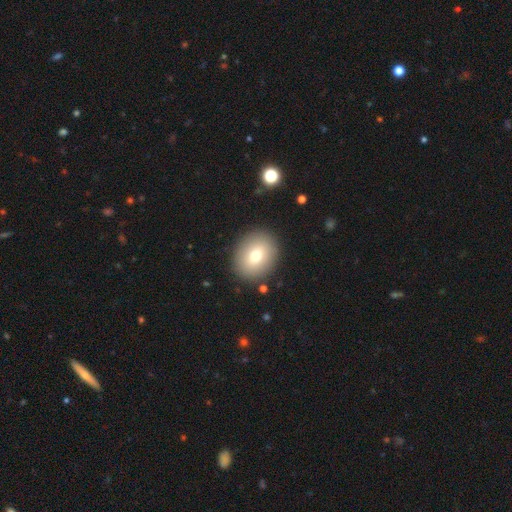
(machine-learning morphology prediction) This is likely a smooth galaxy (72%). How rounded: likely round (64%). Merging: clearly none (89%).